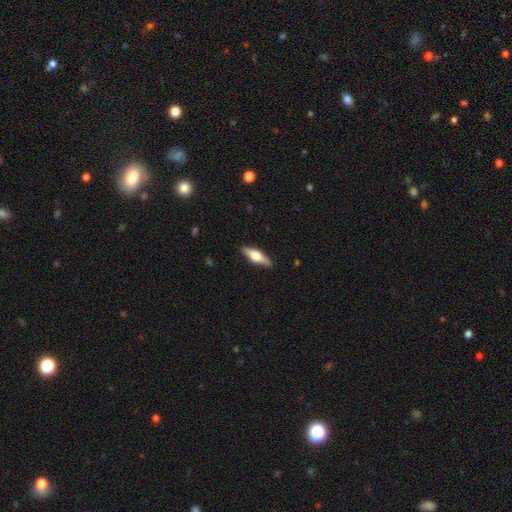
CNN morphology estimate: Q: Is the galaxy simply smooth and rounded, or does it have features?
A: featured or disk — 56%.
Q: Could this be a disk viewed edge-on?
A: yes — 94%.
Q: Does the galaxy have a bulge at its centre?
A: rounded — 94%.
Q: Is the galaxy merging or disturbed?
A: none — 90%.